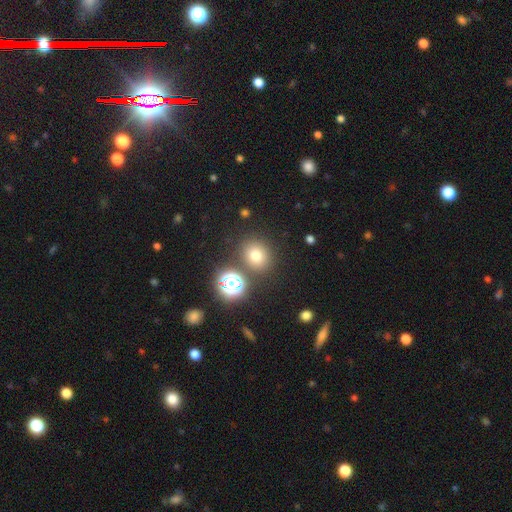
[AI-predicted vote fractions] A smooth galaxy with no disk features (71%) that is round (81%).

Vote fractions:
- Smooth or featured? smooth: 71% / star or artifact: 21% / featured or disk: 8%
- How rounded? round: 81% / in between: 18% / cigar-shaped: 1%
- Merging? none: 81% / minor disturbance: 8% / merger: 7% / major disturbance: 3%